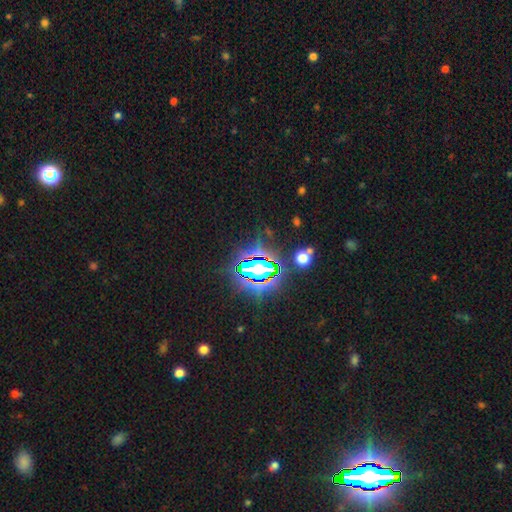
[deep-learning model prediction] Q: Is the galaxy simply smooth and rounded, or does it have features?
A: star or artifact — 72%.